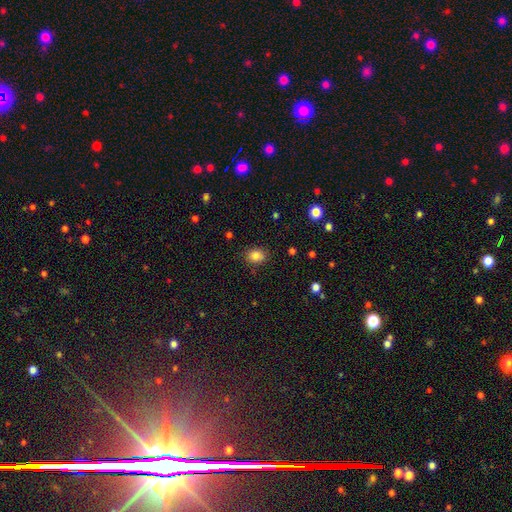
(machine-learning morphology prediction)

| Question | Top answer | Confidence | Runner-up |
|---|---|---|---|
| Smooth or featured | smooth | 82% | star or artifact (11%) |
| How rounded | in between | 53% | round (46%) |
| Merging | none | 83% | minor disturbance (13%) |